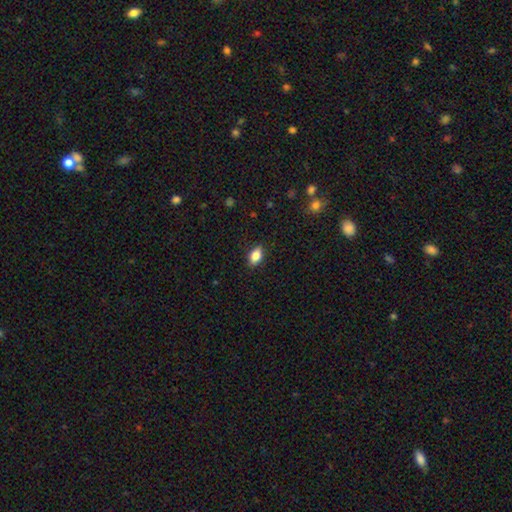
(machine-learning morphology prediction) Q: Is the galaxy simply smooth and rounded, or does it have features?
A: smooth — 82%.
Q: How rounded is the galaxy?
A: in between — 86%.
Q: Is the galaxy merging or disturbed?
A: none — 87%.